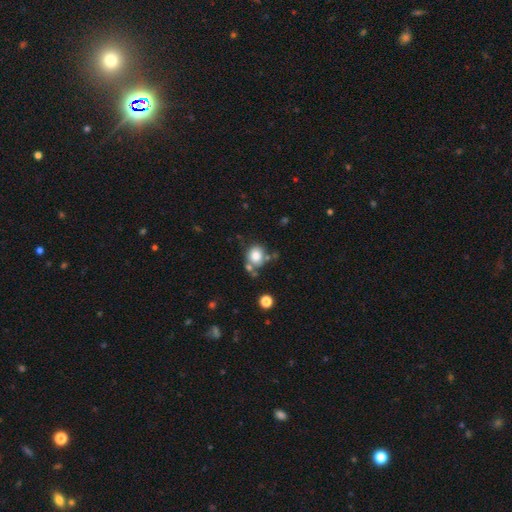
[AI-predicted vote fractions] Q: Smooth or featured?
A: smooth (80%); runner-up: star or artifact (11%)
Q: How rounded?
A: round (78%); runner-up: in between (21%)
Q: Merging?
A: none (60%); runner-up: merger (19%)